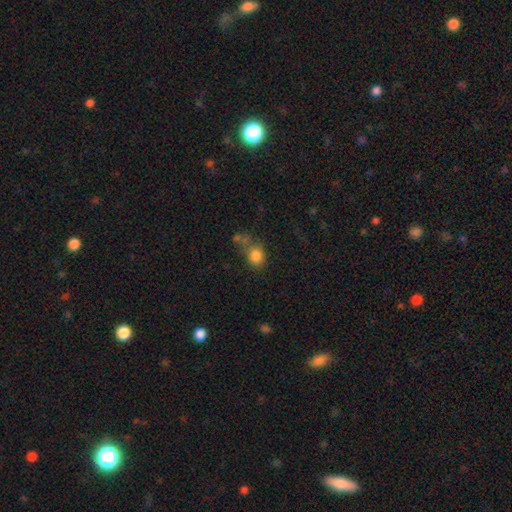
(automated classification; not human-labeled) Smooth or featured? Predicted: smooth (p=0.81). How rounded? Predicted: round (p=0.61). Merging? Predicted: none (p=0.47).